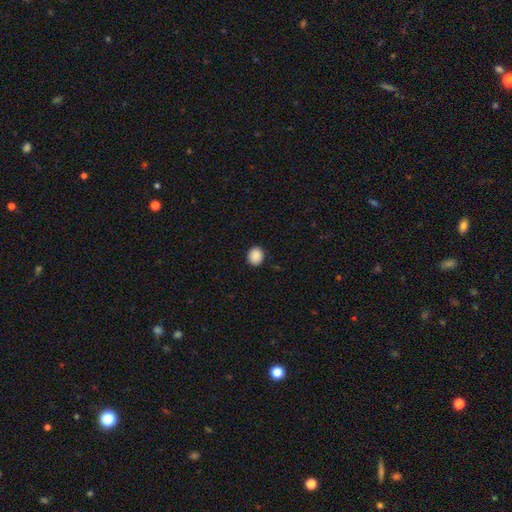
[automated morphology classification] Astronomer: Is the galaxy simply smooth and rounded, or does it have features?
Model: smooth — 89%.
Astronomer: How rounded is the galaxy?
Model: round — 72%.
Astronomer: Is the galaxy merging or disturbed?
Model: none — 90%.